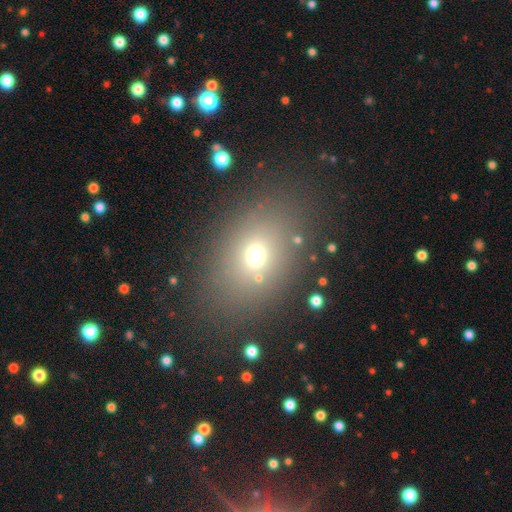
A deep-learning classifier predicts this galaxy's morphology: smooth_or_featured: smooth (p=0.66) [alt: star or artifact p=0.20]
how_rounded: in between (p=0.65) [alt: round p=0.34]
merging: none (p=0.81) [alt: minor disturbance p=0.10]